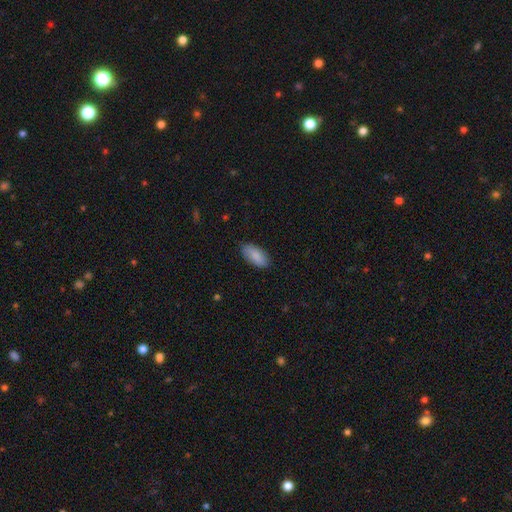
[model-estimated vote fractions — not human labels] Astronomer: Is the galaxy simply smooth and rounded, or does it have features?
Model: smooth — 87%.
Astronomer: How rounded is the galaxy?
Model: in between — 92%.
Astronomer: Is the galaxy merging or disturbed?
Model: none — 86%.